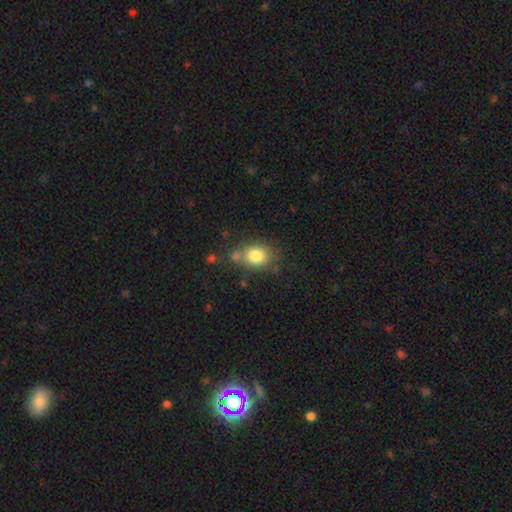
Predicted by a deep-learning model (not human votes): A smooth galaxy with no disk features (81%) that is round (52%). Merging: none (63%).